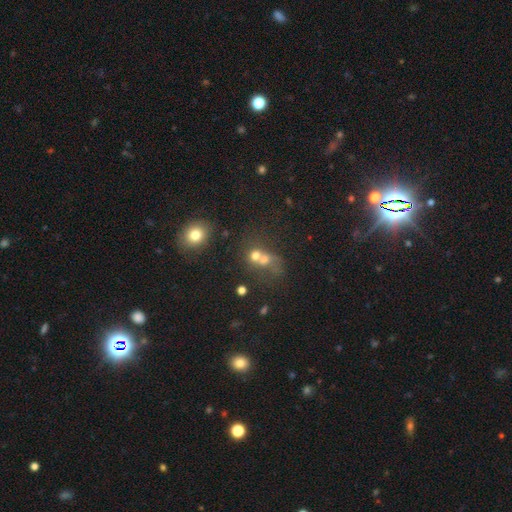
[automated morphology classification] A smooth galaxy with no disk features (63%) that is round (72%). Merging: merger (58%).